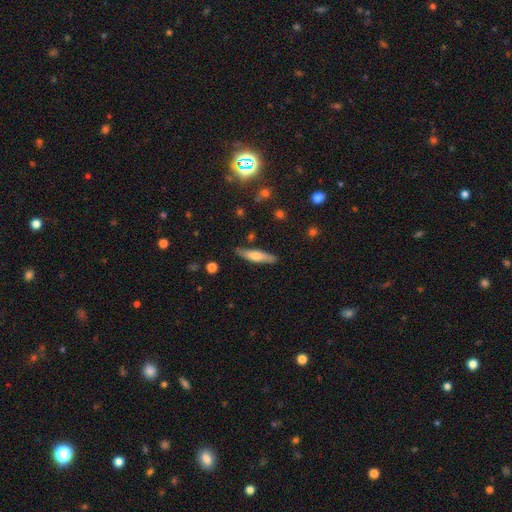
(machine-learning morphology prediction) smooth_or_featured: smooth (p=0.59) [alt: featured or disk p=0.34]
how_rounded: cigar-shaped (p=0.79) [alt: in between p=0.19]
merging: none (p=0.85) [alt: minor disturbance p=0.11]